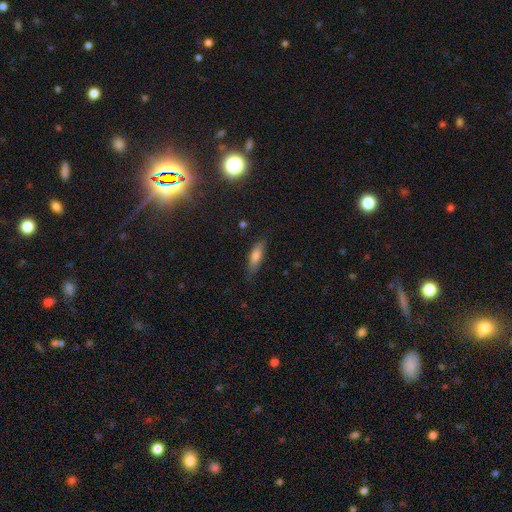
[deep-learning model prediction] Smooth or featured: smooth — 73% (featured or disk — 19%)
How rounded: cigar-shaped — 53% (in between — 45%)
Merging: none — 78% (minor disturbance — 17%)